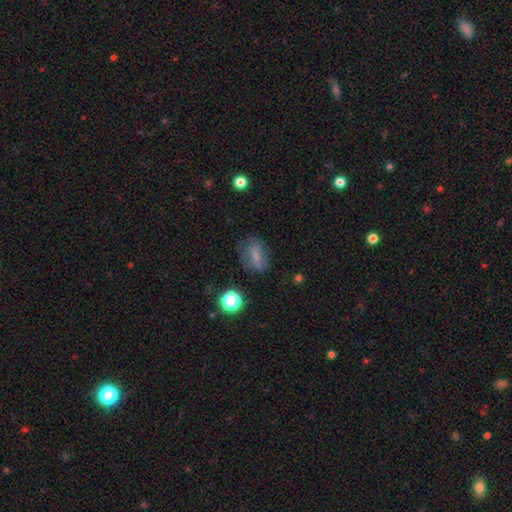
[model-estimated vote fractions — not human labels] Morphology: type=smooth (63%); roundness=in between (65%); merging=none (64%).